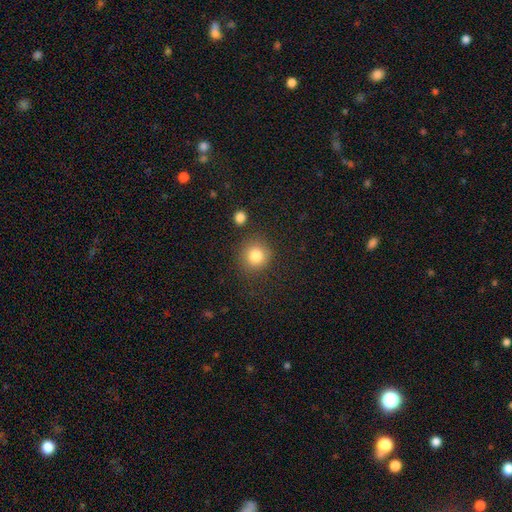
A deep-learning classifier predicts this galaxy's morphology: smooth_or_featured: smooth (p=0.83) [alt: star or artifact p=0.10]
how_rounded: round (p=0.89) [alt: in between p=0.10]
merging: none (p=0.82) [alt: minor disturbance p=0.10]